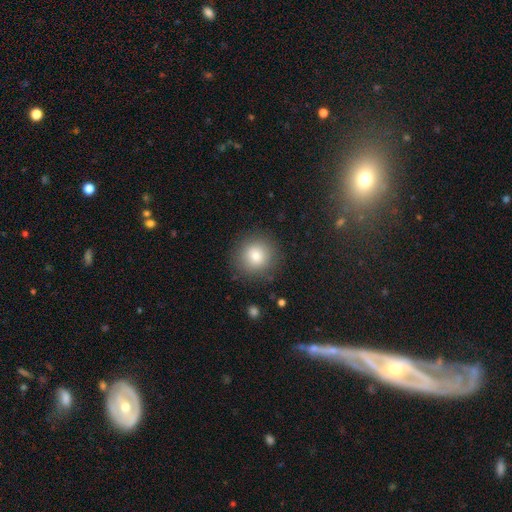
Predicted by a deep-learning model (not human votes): This appears to be a smooth galaxy with no disk features (79%) that is round (93%). Merging: none (88%).